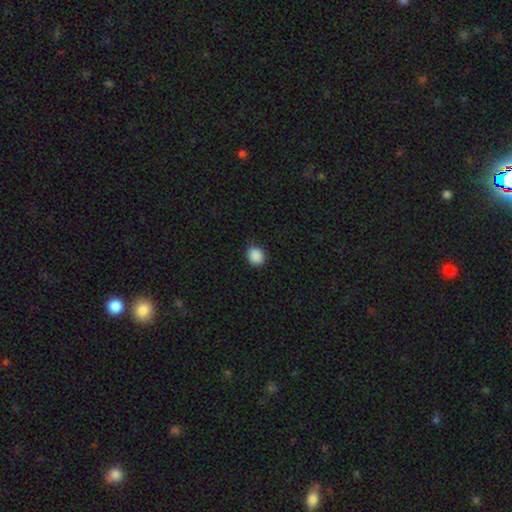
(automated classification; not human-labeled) A smooth galaxy with no disk features (88%) that is round (70%). Merging: none (86%).